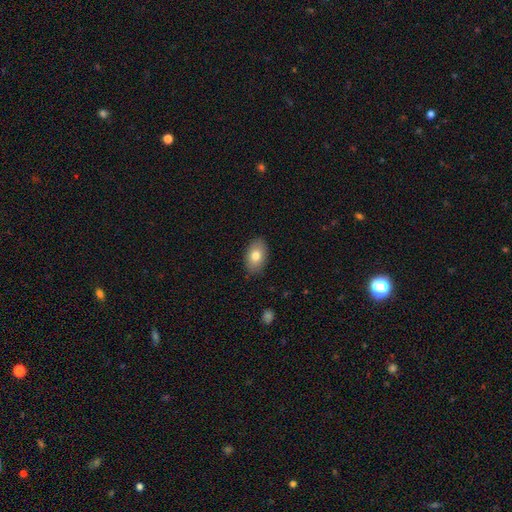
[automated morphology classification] Smooth or featured?
  - smooth: 79% *
  - featured or disk: 14%
  - star or artifact: 7%
How rounded?
  - in between: 91% *
  - round: 8%
  - cigar-shaped: 1%
Merging?
  - none: 87% *
  - minor disturbance: 10%
  - major disturbance: 2%
  - merger: 1%